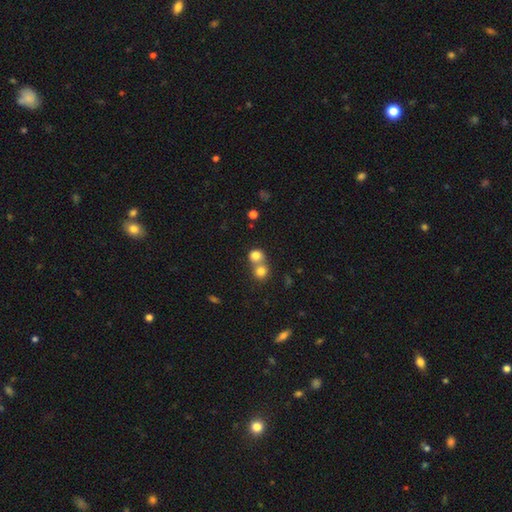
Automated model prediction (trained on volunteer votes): Smooth or featured?
  - smooth: 79% *
  - star or artifact: 12%
  - featured or disk: 9%
How rounded?
  - round: 84% *
  - in between: 15%
  - cigar-shaped: 1%
Merging?
  - merger: 56% *
  - none: 36%
  - minor disturbance: 5%
  - major disturbance: 2%